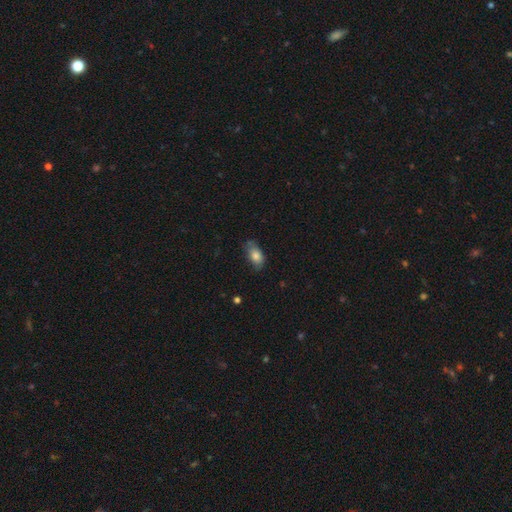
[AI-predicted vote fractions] Smooth or featured? smooth (82%)
How rounded? in between (90%)
Merging? none (62%)